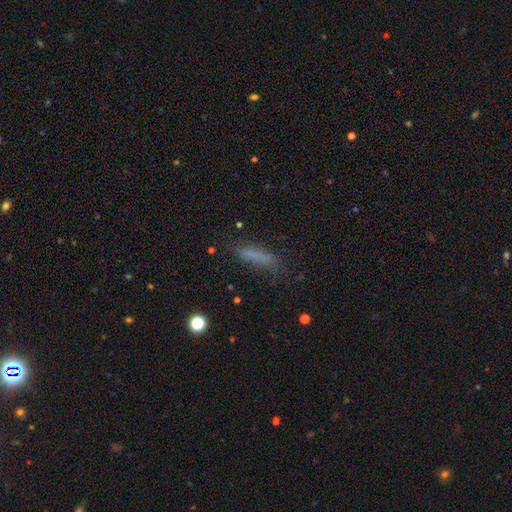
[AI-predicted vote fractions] Smooth or featured: smooth — 69% (featured or disk — 16%)
How rounded: cigar-shaped — 78% (in between — 20%)
Merging: none — 67% (minor disturbance — 20%)